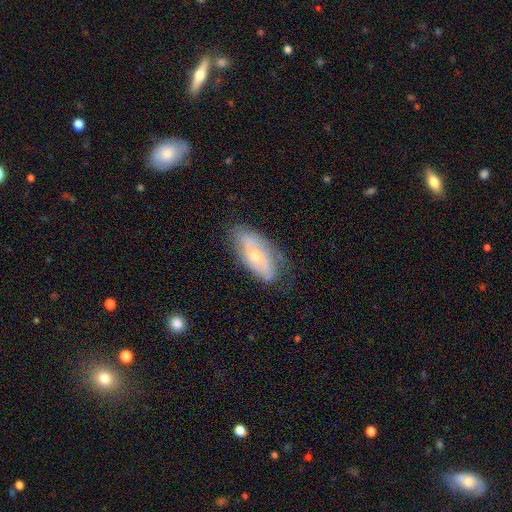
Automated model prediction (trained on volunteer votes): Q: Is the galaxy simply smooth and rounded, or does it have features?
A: featured or disk — 56%.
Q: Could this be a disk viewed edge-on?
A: no — 86%.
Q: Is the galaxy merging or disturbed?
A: none — 66%.